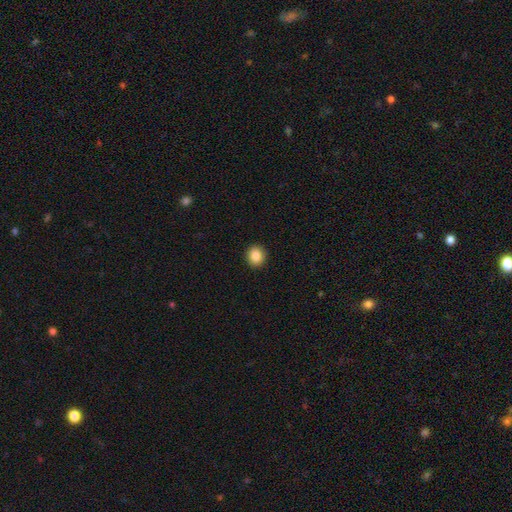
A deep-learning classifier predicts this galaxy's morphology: This is clearly a smooth galaxy (86%). How rounded: clearly round (87%). Merging: clearly none (93%).